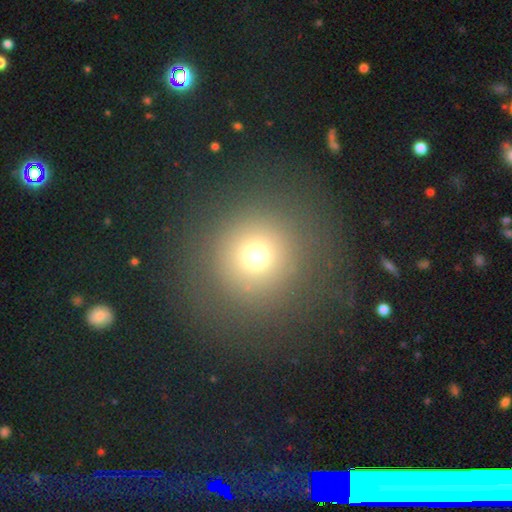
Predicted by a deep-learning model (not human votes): This appears to be a smooth galaxy with no disk features (70%) that is round (94%). Merging: none (85%).